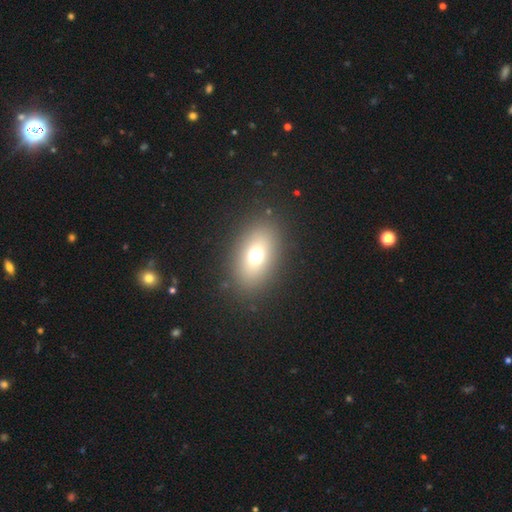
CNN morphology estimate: Q: Smooth or featured?
A: smooth (68%); runner-up: featured or disk (17%)
Q: How rounded?
A: in between (76%); runner-up: round (22%)
Q: Merging?
A: none (87%); runner-up: minor disturbance (8%)